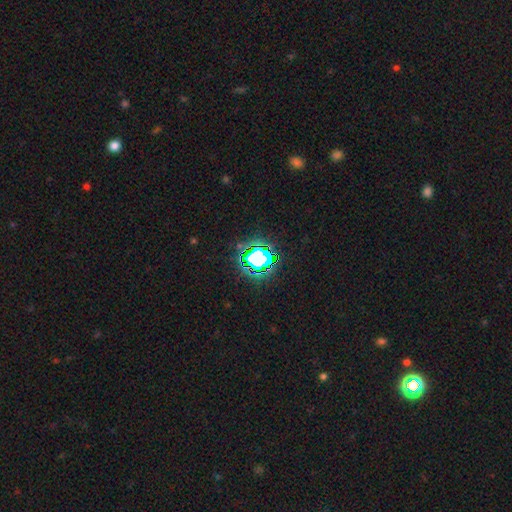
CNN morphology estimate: A star or artifact, not a galaxy (66%).